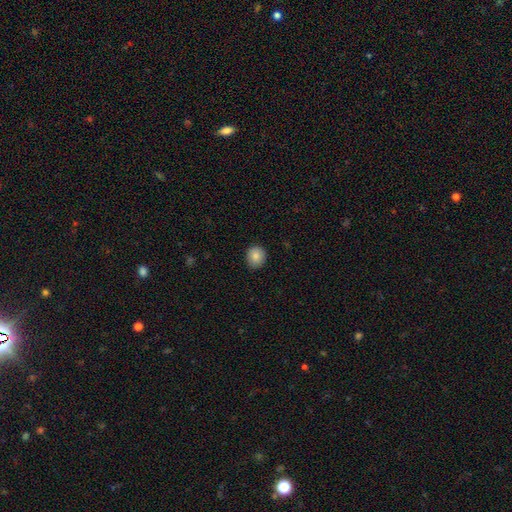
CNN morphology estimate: Smooth or featured? Predicted: smooth (p=0.84). How rounded? Predicted: round (p=0.83). Merging? Predicted: none (p=0.89).